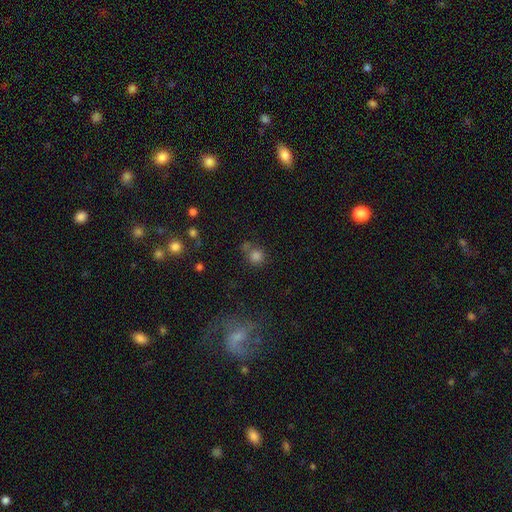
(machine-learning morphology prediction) Q: Smooth or featured?
A: smooth (75%); runner-up: star or artifact (18%)
Q: How rounded?
A: round (87%); runner-up: in between (12%)
Q: Merging?
A: none (64%); runner-up: merger (16%)